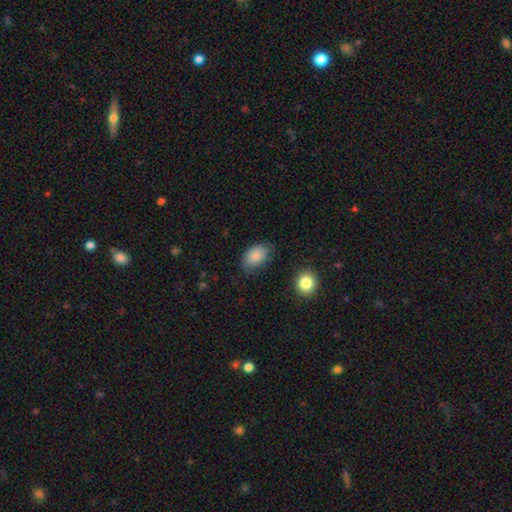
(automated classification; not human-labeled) Smooth or featured? smooth (83%)
How rounded? in between (85%)
Merging? none (65%)